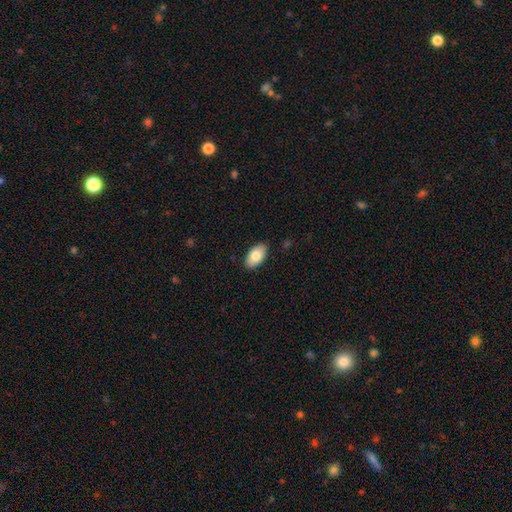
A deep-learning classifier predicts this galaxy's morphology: Smooth or featured? smooth (80%)
How rounded? in between (95%)
Merging? none (88%)